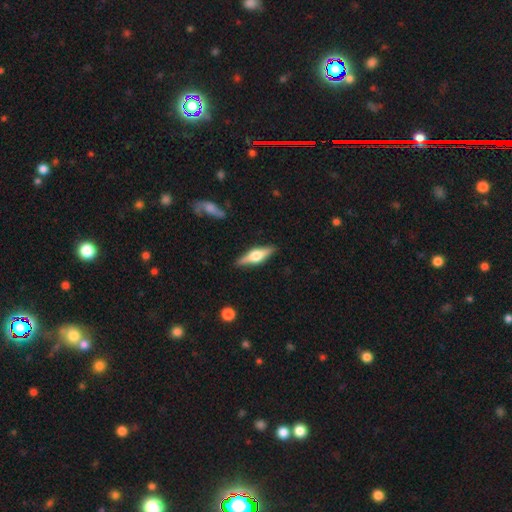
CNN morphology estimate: type=featured or disk (67%); edge-on=yes (96%); edge-on bulge=rounded (93%); merging=none (89%).